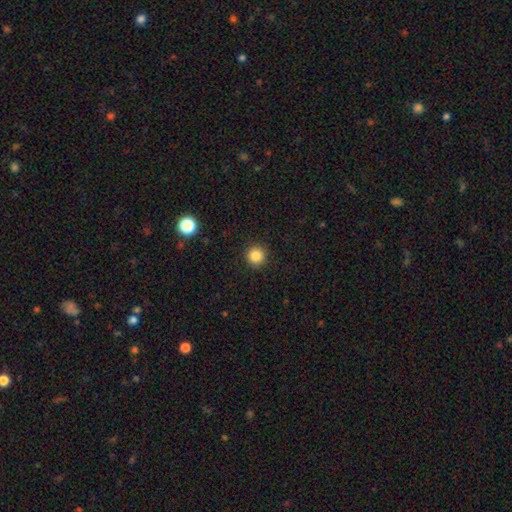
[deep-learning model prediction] smooth-or-featured: smooth: 85% | star or artifact: 11% | featured or disk: 4%
  how-rounded: round: 96% | in between: 3% | cigar-shaped: 1%
  merging: none: 92% | minor disturbance: 5% | major disturbance: 2% | merger: 1%